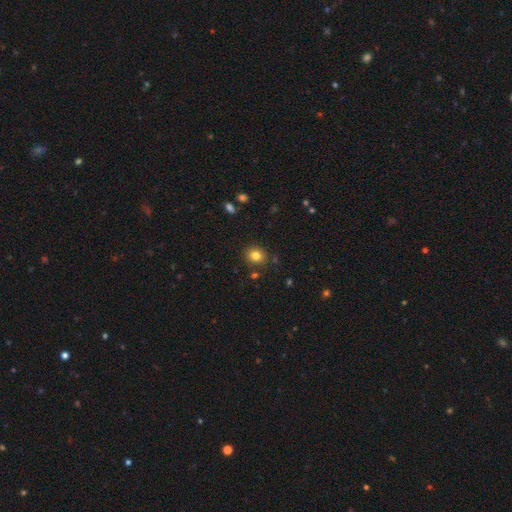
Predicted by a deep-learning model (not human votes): This is clearly a smooth galaxy (81%). How rounded: likely round (73%). Merging: clearly none (85%).